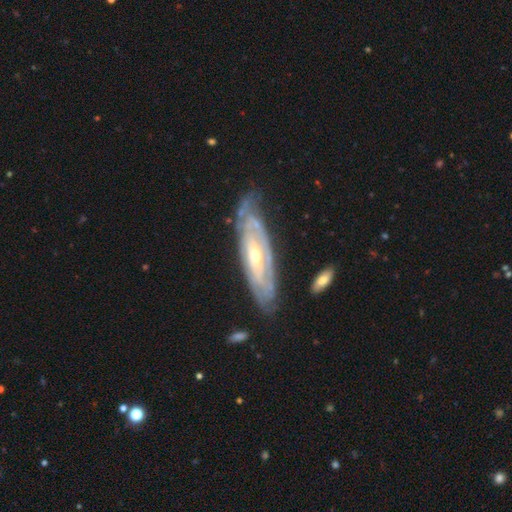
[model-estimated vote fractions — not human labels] Morphology: type=featured or disk (84%); edge-on=no (80%); bar=no (52%); spiral arms=yes (86%); winding=tight (77%); arm count=can't tell (60%); bulge=small (52%); merging=none (72%).